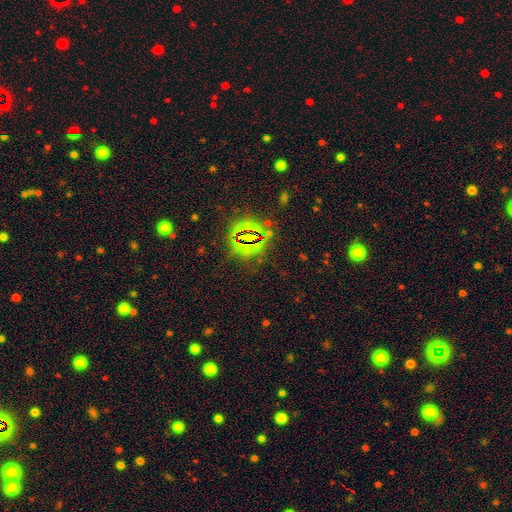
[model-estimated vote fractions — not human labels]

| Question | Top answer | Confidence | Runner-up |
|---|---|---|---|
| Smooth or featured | star or artifact | 69% | featured or disk (16%) |